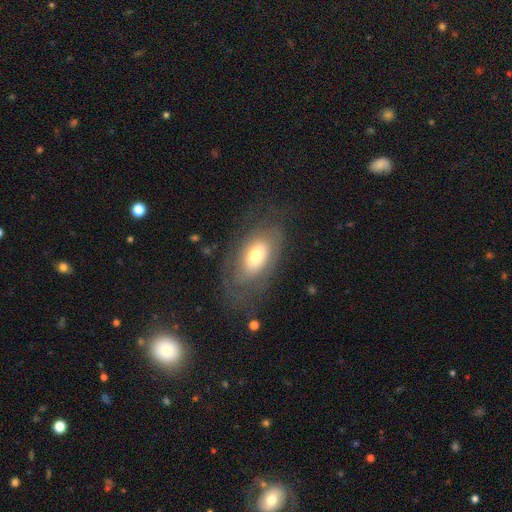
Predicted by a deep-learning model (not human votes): This appears to be a smooth galaxy with no disk features (49%). Merging: none (68%).